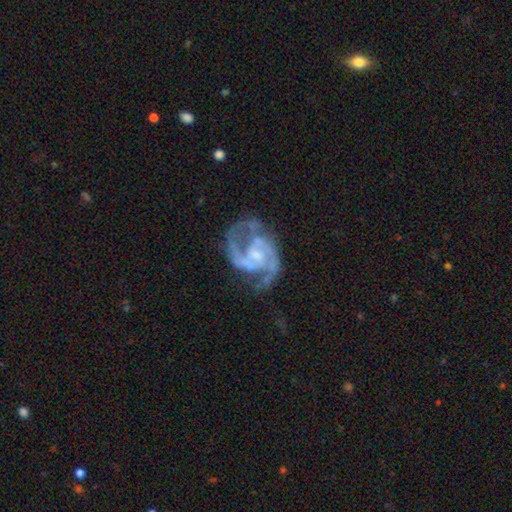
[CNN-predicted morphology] Smooth or featured?
  - featured or disk: 89% *
  - star or artifact: 5%
  - smooth: 5%
Edge-on disk?
  - no: 98% *
  - yes: 2%
Bar?
  - weak: 46% *
  - no: 44%
  - strong: 10%
Spiral arms?
  - yes: 96% *
  - no: 4%
Spiral winding?
  - medium: 57% *
  - tight: 24%
  - loose: 18%
Spiral arm count?
  - 2: 78% *
  - 3: 8%
  - can't tell: 7%
  - 1: 3%
  - 4: 2%
  - more than 4: 2%
Bulge size?
  - small: 46% *
  - moderate: 32%
  - none: 18%
  - large: 3%
  - dominant: 1%
Merging?
  - none: 55% *
  - minor disturbance: 21%
  - major disturbance: 21%
  - merger: 3%